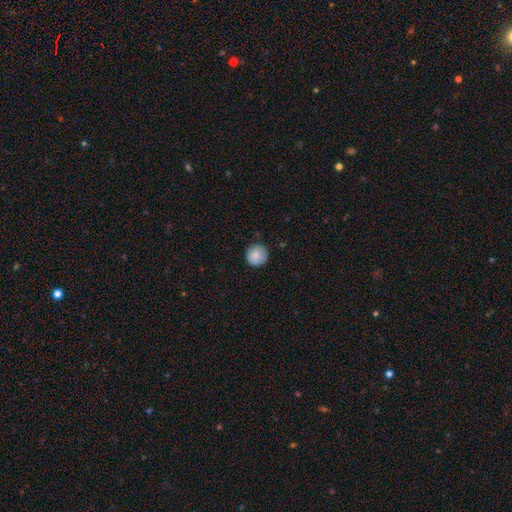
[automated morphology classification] Smooth or featured? Predicted: smooth (p=0.85). How rounded? Predicted: round (p=0.94). Merging? Predicted: none (p=0.86).